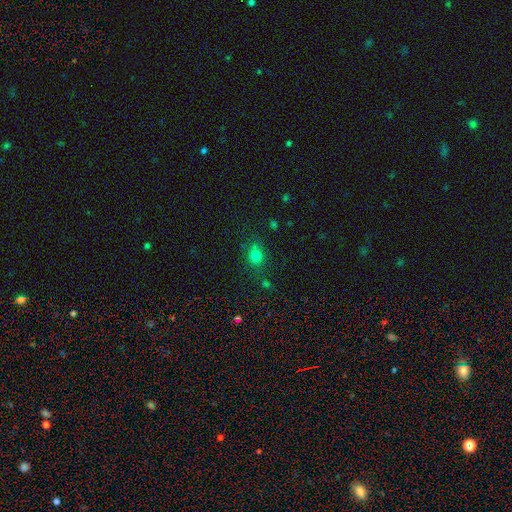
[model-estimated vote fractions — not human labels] Smooth or featured? smooth (77%)
How rounded? round (64%)
Merging? none (70%)